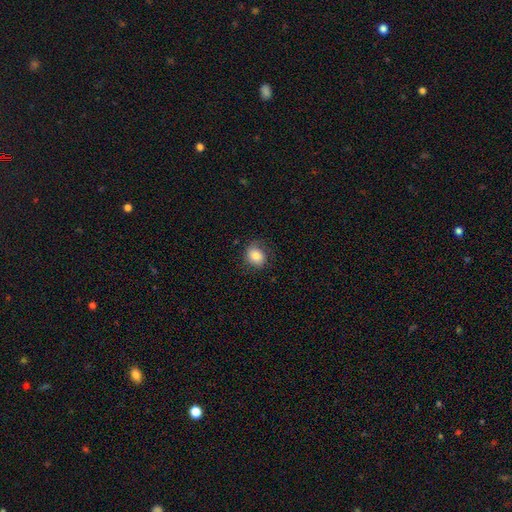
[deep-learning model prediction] The model was most divided on "how rounded": round: 63%, in between: 36%, cigar-shaped: 1%. More confident: smooth or featured — smooth (79%); merging — none (75%).